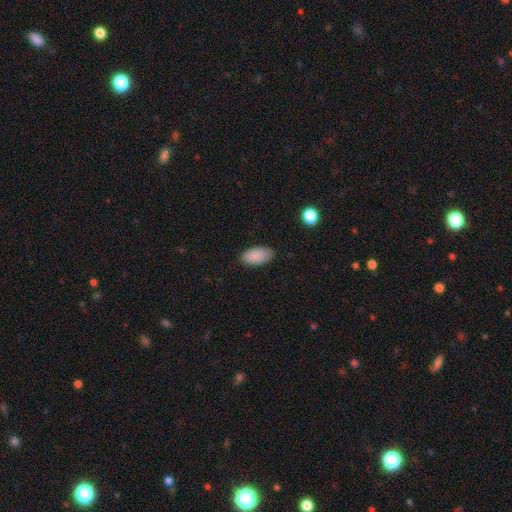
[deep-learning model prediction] A smooth galaxy with no disk features (89%) that is in between round and cigar-shaped (94%).

Vote fractions:
- Smooth or featured? smooth: 89% / star or artifact: 7% / featured or disk: 4%
- How rounded? in between: 94% / cigar-shaped: 4% / round: 2%
- Merging? none: 84% / minor disturbance: 12% / major disturbance: 2% / merger: 1%